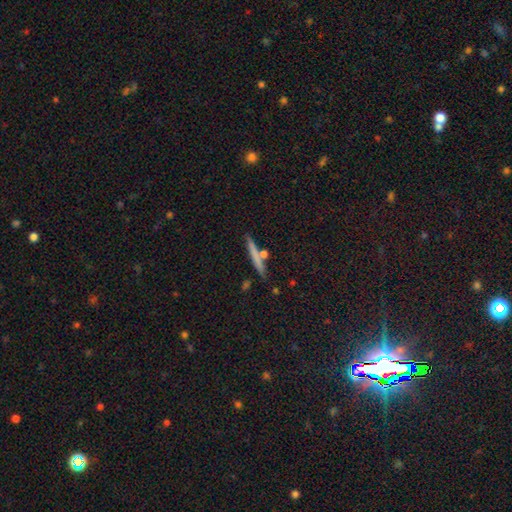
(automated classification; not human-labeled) Smooth or featured? Predicted: smooth (p=0.59). How rounded? Predicted: cigar-shaped (p=0.92). Merging? Predicted: none (p=0.80).